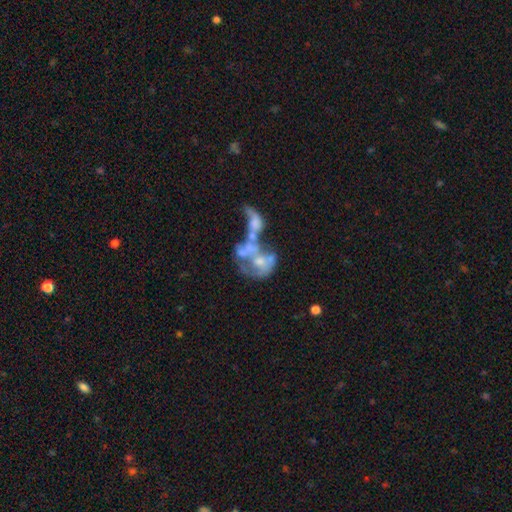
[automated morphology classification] A featured or disk galaxy (64%) with no bar (84%), no spiral arms (75%) and no central bulge (35%).

Vote fractions:
- Smooth or featured? featured or disk: 64% / smooth: 20% / star or artifact: 16%
- Edge-on disk? no: 97% / yes: 3%
- Bar? no: 84% / weak: 12% / strong: 4%
- Spiral arms? no: 75% / yes: 25%
- Bulge size? none: 35% / moderate: 31% / small: 29% / large: 4% / dominant: 2%
- Merging? merger: 62% / major disturbance: 20% / none: 11% / minor disturbance: 6%